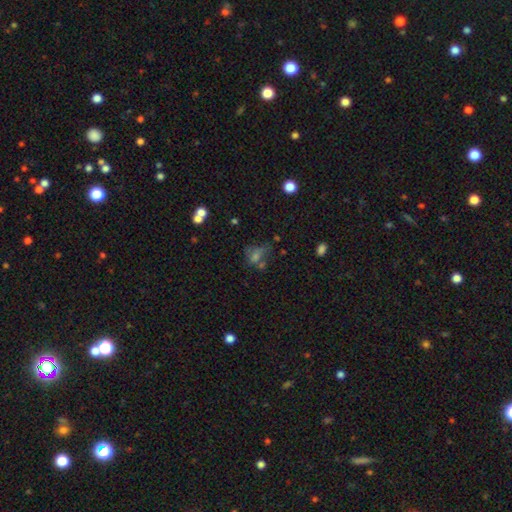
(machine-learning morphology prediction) Smooth or featured? Predicted: smooth (p=0.49). Merging? Predicted: none (p=0.40).